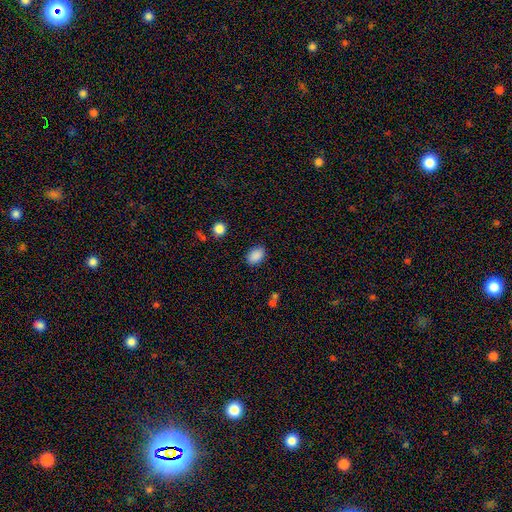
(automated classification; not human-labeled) Overall: smooth (88%). How rounded: in between (83%). Merging: none (83%).